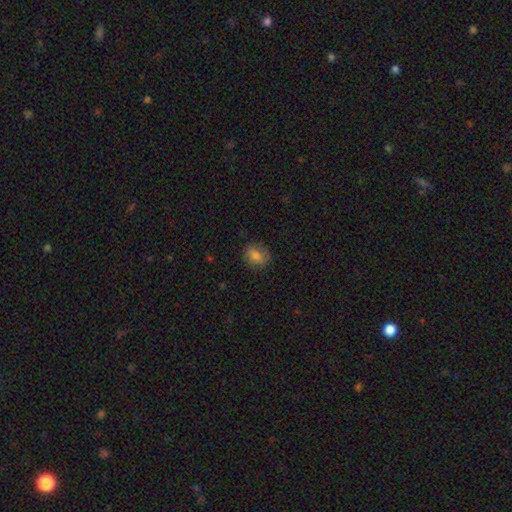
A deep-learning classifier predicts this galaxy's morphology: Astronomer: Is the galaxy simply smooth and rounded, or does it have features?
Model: smooth — 68%.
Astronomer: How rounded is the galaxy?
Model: round — 50% (runner-up: in between, 48%).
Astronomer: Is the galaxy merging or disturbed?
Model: none — 78%.